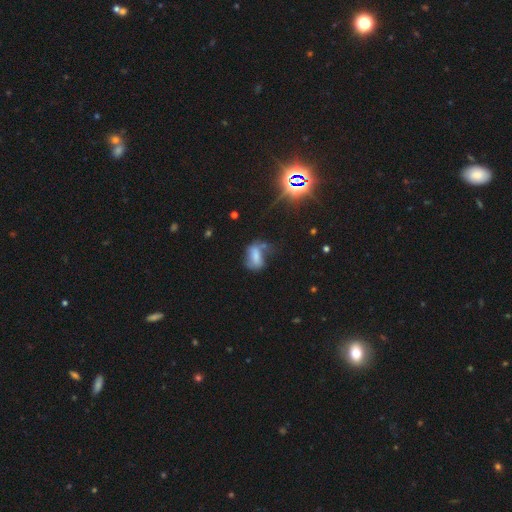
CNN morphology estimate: smooth-or-featured: smooth: 58% | featured or disk: 26% | star or artifact: 16%
  how-rounded: in between: 84% | round: 11% | cigar-shaped: 6%
  merging: none: 31% | major disturbance: 30% | minor disturbance: 27% | merger: 13%